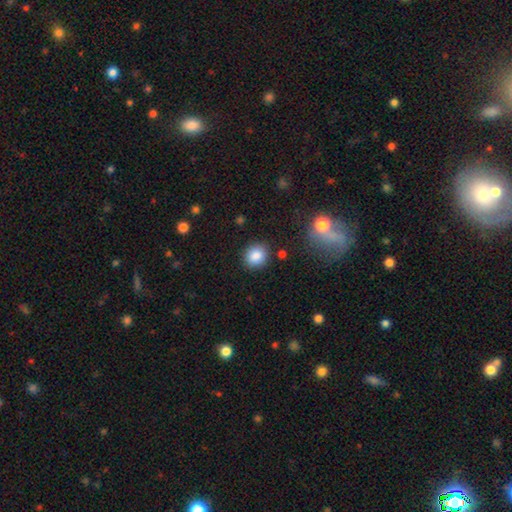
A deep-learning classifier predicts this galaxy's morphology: A smooth galaxy with no disk features (86%) that is round (78%). Merging: none (86%).